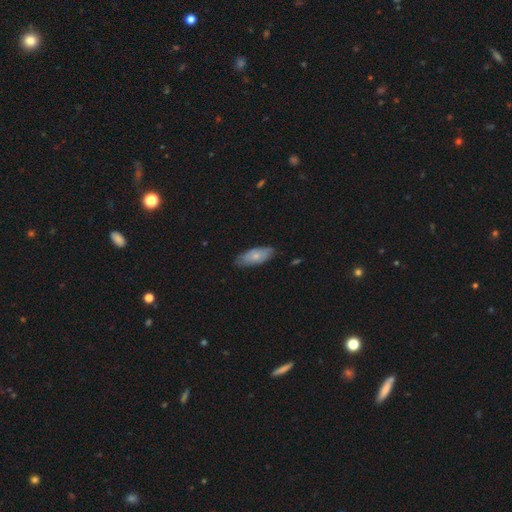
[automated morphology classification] This appears to be a smooth galaxy with no disk features (63%) that is in between round and cigar-shaped (84%). Merging: none (72%).